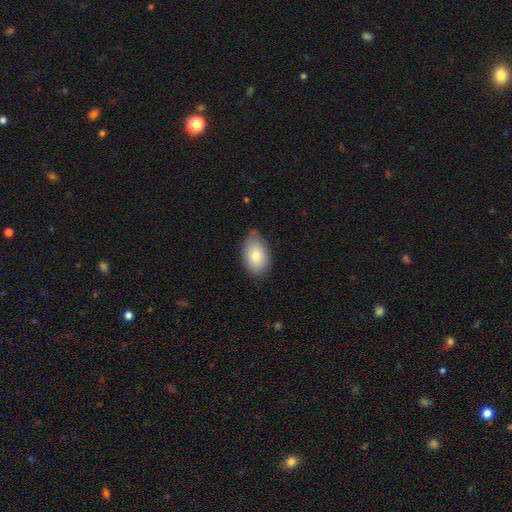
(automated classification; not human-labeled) smooth_or_featured: smooth (p=0.81) [alt: featured or disk p=0.12]
how_rounded: in between (p=0.87) [alt: round p=0.11]
merging: none (p=0.70) [alt: minor disturbance p=0.25]